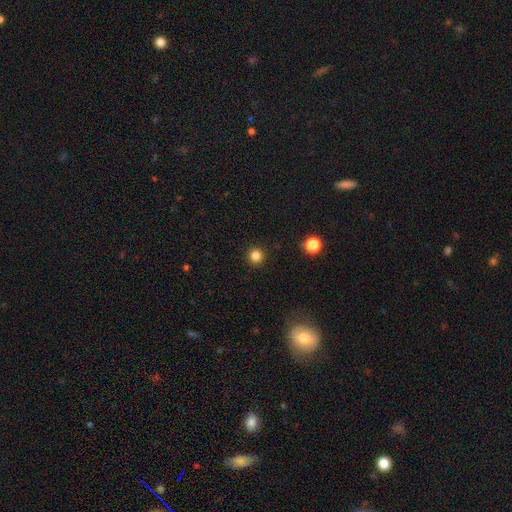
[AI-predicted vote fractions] A smooth galaxy with no disk features (84%) that is round (95%). Merging: none (92%).